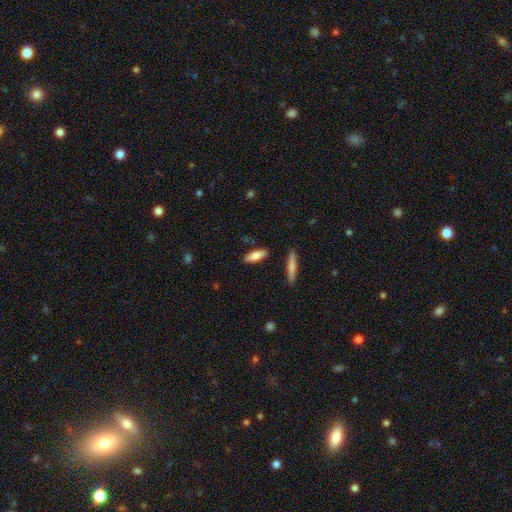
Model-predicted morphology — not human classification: Smooth or featured?
  - smooth: 79% *
  - featured or disk: 15%
  - star or artifact: 6%
How rounded?
  - cigar-shaped: 50% *
  - in between: 48%
  - round: 2%
Merging?
  - none: 86% *
  - minor disturbance: 9%
  - merger: 3%
  - major disturbance: 2%